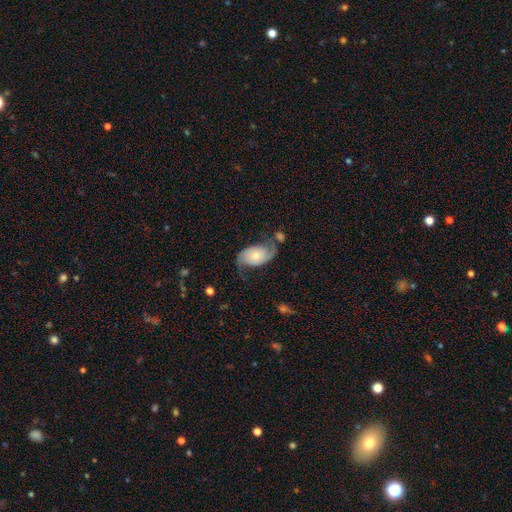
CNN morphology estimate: A featured or disk galaxy (69%) with no bar (75%), 2 (90%) loose (55%) spiral arms (92%) and a small central bulge (50%).

Vote fractions:
- Smooth or featured? featured or disk: 69% / smooth: 24% / star or artifact: 7%
- Edge-on disk? no: 96% / yes: 4%
- Bar? no: 75% / weak: 20% / strong: 5%
- Spiral arms? yes: 92% / no: 8%
- Spiral winding? loose: 55% / medium: 31% / tight: 14%
- Spiral arm count? 2: 90% / can't tell: 4% / 1: 3% / 3: 1% / 4: 1% / more than 4: 1%
- Bulge size? small: 50% / moderate: 31% / large: 8% / none: 7% / dominant: 4%
- Merging? none: 52% / minor disturbance: 24% / major disturbance: 18% / merger: 6%